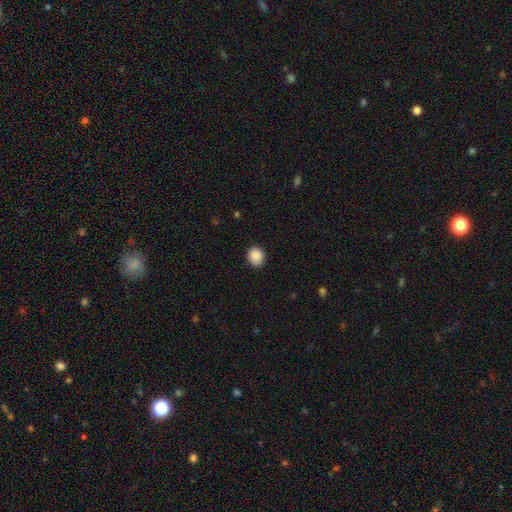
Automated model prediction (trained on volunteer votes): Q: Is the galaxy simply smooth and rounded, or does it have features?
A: smooth — 89%.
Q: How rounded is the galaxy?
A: round — 64%.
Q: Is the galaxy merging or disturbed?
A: none — 85%.